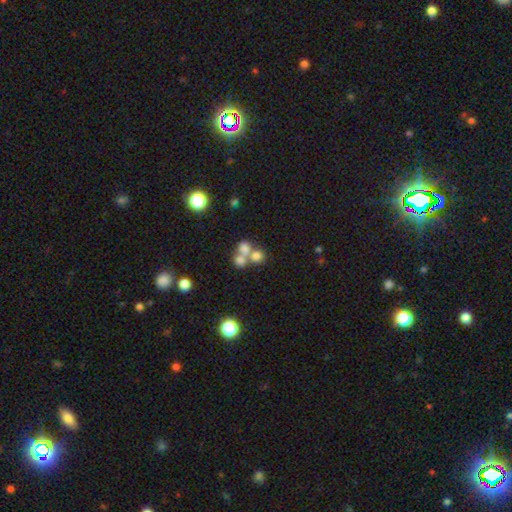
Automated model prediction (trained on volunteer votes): Morphology: type=smooth (67%); roundness=round (80%); merging=merger (55%).